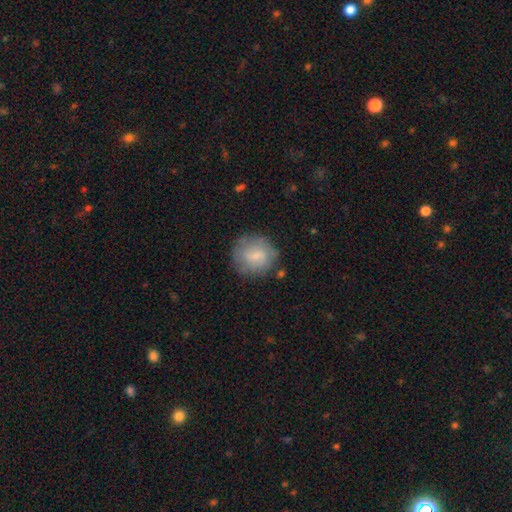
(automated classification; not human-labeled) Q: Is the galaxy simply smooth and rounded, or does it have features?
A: smooth — 67%.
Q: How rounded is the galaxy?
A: round — 85%.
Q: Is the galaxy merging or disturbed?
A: none — 75%.